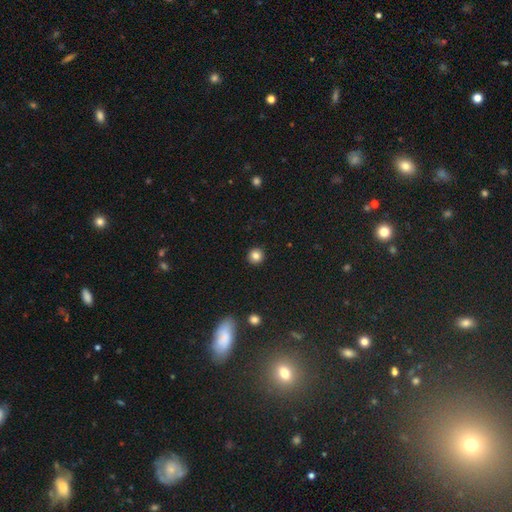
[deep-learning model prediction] This appears to be a smooth galaxy with no disk features (83%) that is round (93%). Merging: none (92%).